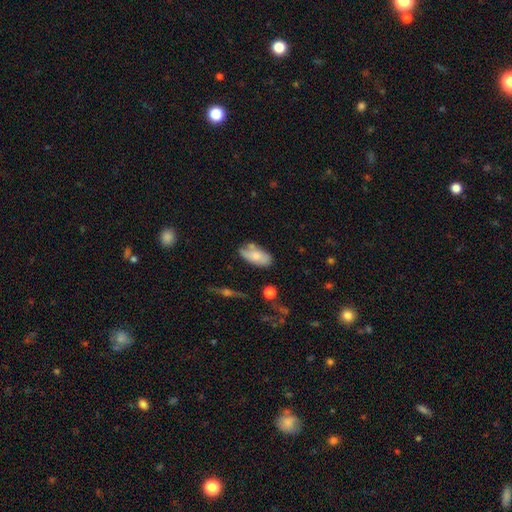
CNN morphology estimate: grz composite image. It shows a smooth galaxy with no disk features (68%) that is in between round and cigar-shaped (90%). Merging: none (59%).